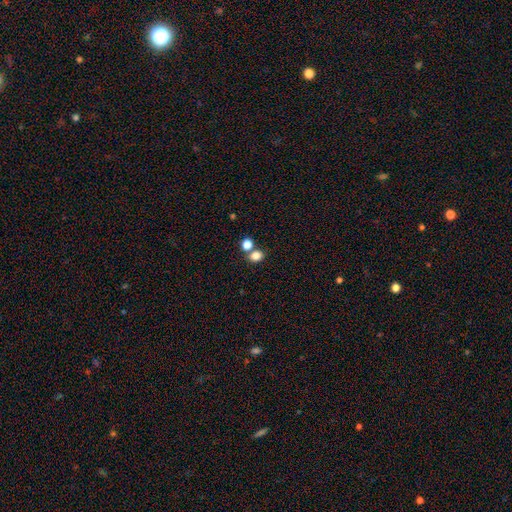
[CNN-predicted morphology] Smooth or featured?
  - smooth: 81% *
  - star or artifact: 13%
  - featured or disk: 6%
How rounded?
  - round: 52% *
  - in between: 47%
  - cigar-shaped: 1%
Merging?
  - none: 61% *
  - merger: 26%
  - minor disturbance: 9%
  - major disturbance: 3%